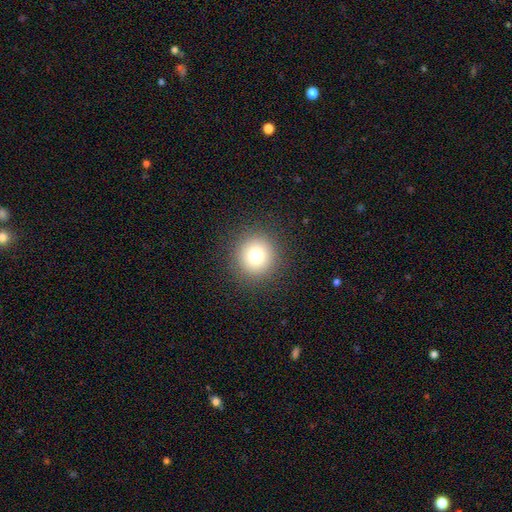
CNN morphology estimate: type=smooth (78%); roundness=round (93%); merging=none (91%).